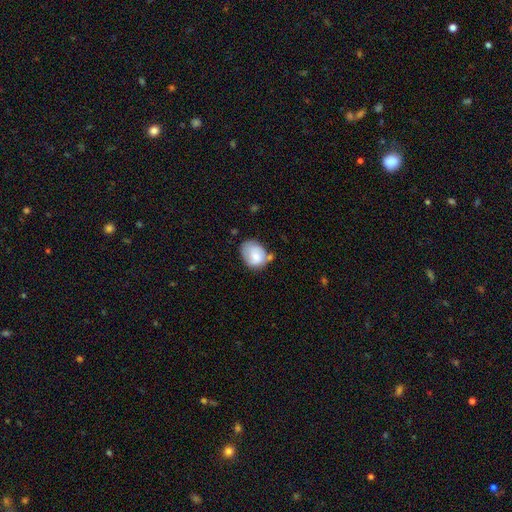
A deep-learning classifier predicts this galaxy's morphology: Smooth or featured? Predicted: smooth (p=0.70). How rounded? Predicted: in between (p=0.54). Merging? Predicted: none (p=0.46).